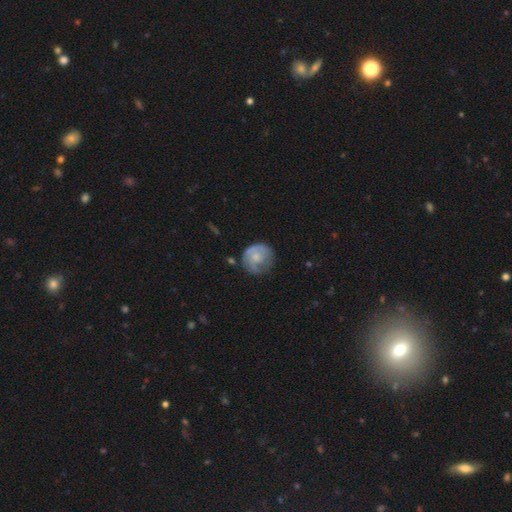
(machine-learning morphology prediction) This is possibly a featured or disk galaxy (49%). Merging: possibly none (59%).